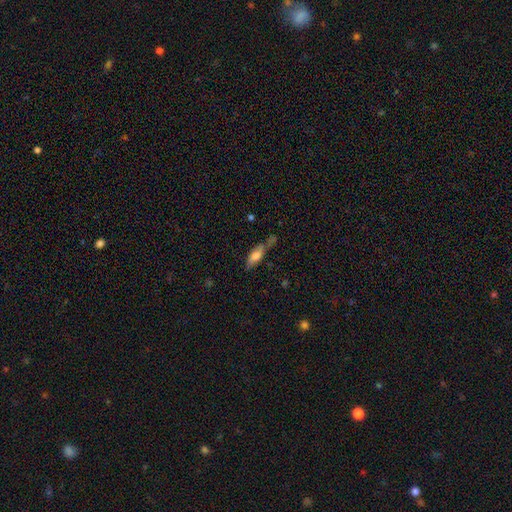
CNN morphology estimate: The model was most divided on "merging": none: 46%, minor disturbance: 28%, major disturbance: 13%, merger: 13%. More confident: smooth or featured — smooth (61%); how rounded — in between (60%).